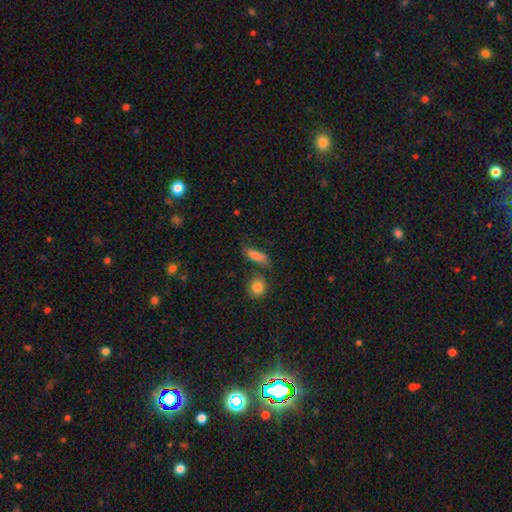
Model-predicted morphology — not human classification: Smooth or featured: smooth — 79% (featured or disk — 13%)
How rounded: in between — 62% (cigar-shaped — 32%)
Merging: none — 64% (minor disturbance — 18%)